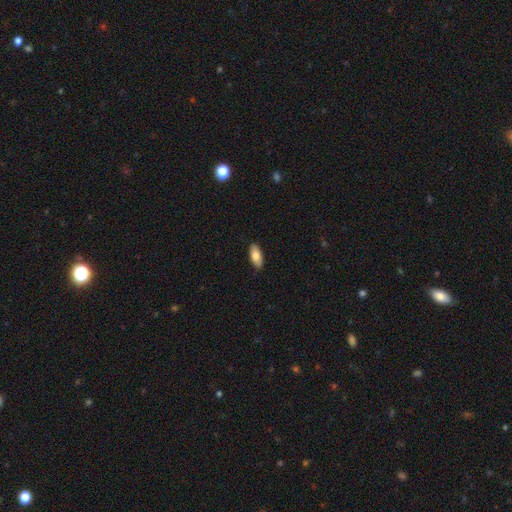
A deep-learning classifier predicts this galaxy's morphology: This is clearly a smooth galaxy (80%). How rounded: clearly in between (87%). Merging: clearly none (89%).